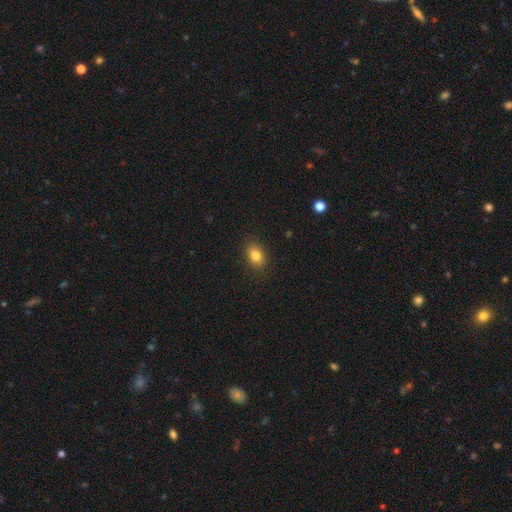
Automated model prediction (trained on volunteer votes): Overall: smooth (83%). How rounded: in between (76%). Merging: none (86%).